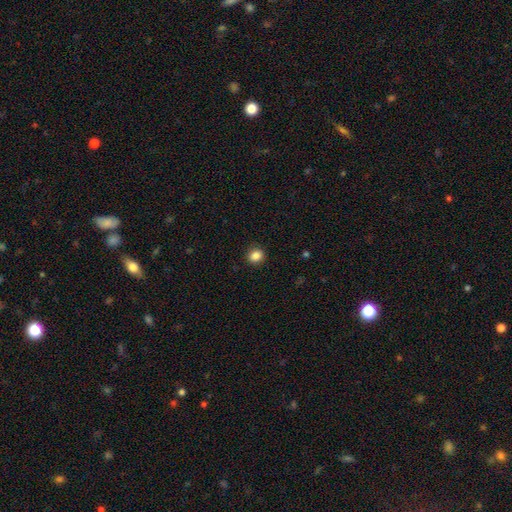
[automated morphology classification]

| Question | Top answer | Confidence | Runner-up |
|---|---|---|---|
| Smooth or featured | smooth | 86% | star or artifact (10%) |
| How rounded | round | 76% | in between (23%) |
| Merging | none | 91% | minor disturbance (6%) |